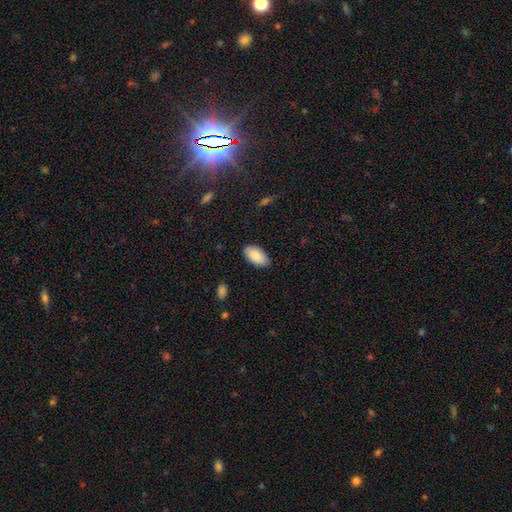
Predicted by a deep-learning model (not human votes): Smooth or featured? Predicted: smooth (p=0.88). How rounded? Predicted: in between (p=0.96). Merging? Predicted: none (p=0.86).